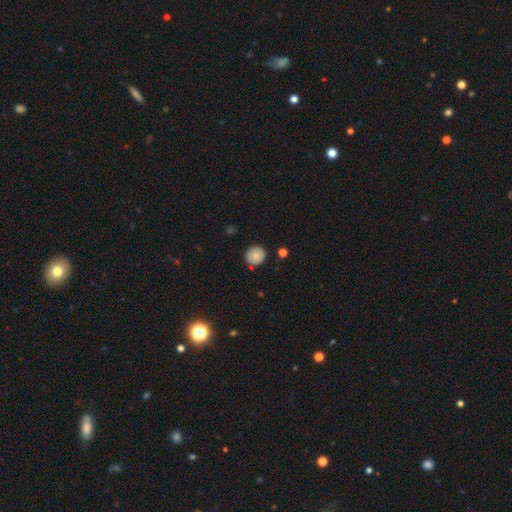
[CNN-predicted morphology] Smooth or featured: smooth — 83% (featured or disk — 9%)
How rounded: round — 89% (in between — 10%)
Merging: none — 83% (minor disturbance — 11%)